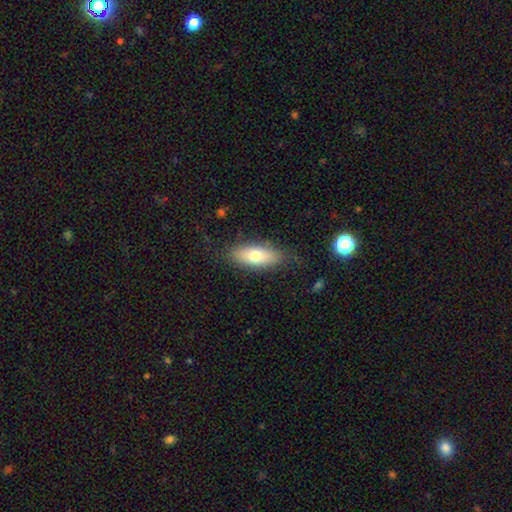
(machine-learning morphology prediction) smooth 71%, featured or disk 22%, star or artifact 7%. Down the decision tree: how rounded — in between (79%); merging — none (81%).